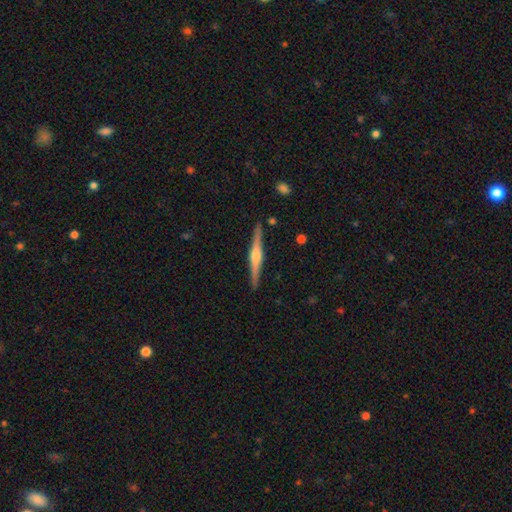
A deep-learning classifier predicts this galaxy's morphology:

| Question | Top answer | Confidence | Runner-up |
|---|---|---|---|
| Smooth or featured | featured or disk | 78% | smooth (16%) |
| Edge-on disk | yes | 98% | no (2%) |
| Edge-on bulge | rounded | 86% | boxy (9%) |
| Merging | none | 91% | minor disturbance (7%) |